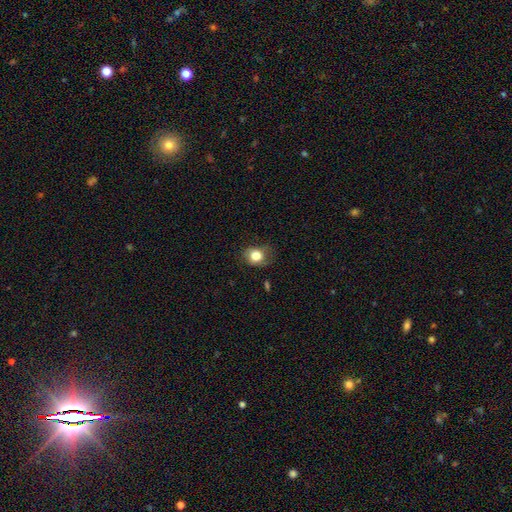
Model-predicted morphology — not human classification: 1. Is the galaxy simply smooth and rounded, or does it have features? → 81% smooth, 10% star or artifact, 10% featured or disk.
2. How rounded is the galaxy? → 59% round, 40% in between, 1% cigar-shaped.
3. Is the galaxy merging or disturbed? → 66% none, 25% minor disturbance, 8% major disturbance, 2% merger.